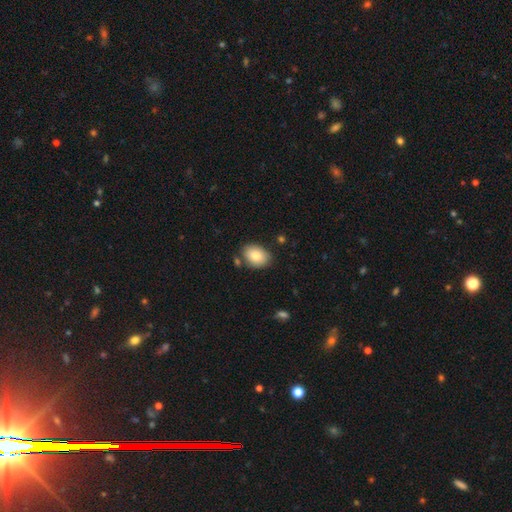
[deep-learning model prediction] A smooth galaxy with no disk features (83%) that is in between round and cigar-shaped (77%).

Vote fractions:
- Smooth or featured? smooth: 83% / featured or disk: 9% / star or artifact: 7%
- How rounded? in between: 77% / round: 22% / cigar-shaped: 1%
- Merging? none: 80% / minor disturbance: 13% / merger: 5% / major disturbance: 3%